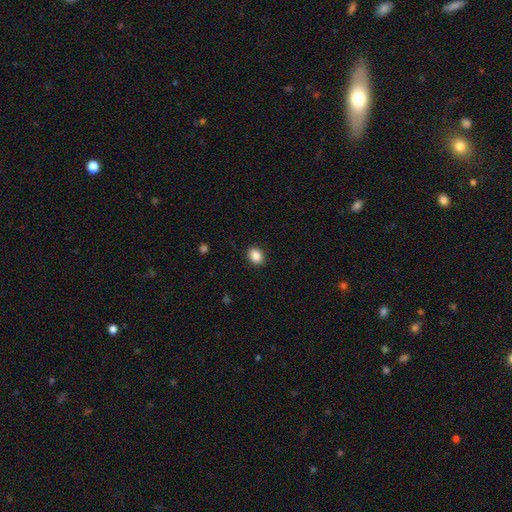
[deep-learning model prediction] Smooth or featured: smooth — 88% (star or artifact — 8%)
How rounded: in between — 62% (round — 37%)
Merging: none — 89% (minor disturbance — 8%)